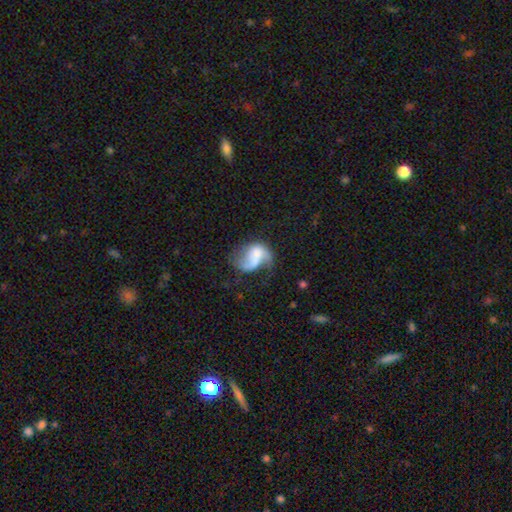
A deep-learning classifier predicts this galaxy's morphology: featured or disk 60%, smooth 32%, star or artifact 8%. Down the decision tree: edge-on disk — no (98%); bar — no (59%); spiral arms — yes (80%); bulge size — none (33%); merging — major disturbance (37%).